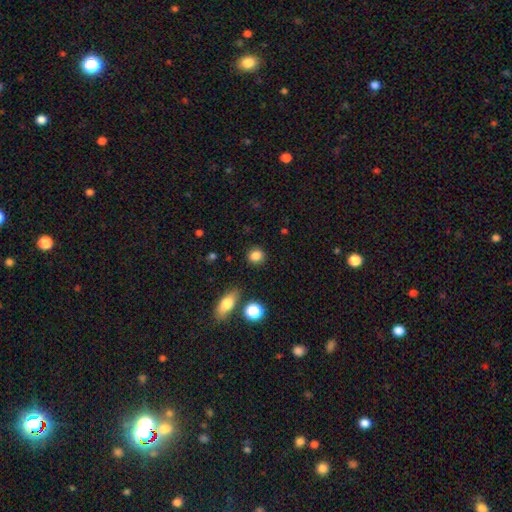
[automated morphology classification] type=smooth (84%); roundness=round (77%); merging=none (86%).